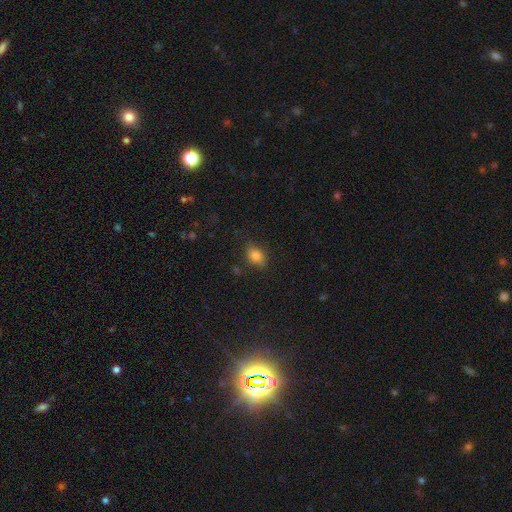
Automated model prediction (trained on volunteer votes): Smooth or featured?
  - smooth: 81% *
  - star or artifact: 11%
  - featured or disk: 7%
How rounded?
  - in between: 73% *
  - round: 26%
  - cigar-shaped: 2%
Merging?
  - none: 78% *
  - minor disturbance: 16%
  - major disturbance: 4%
  - merger: 2%